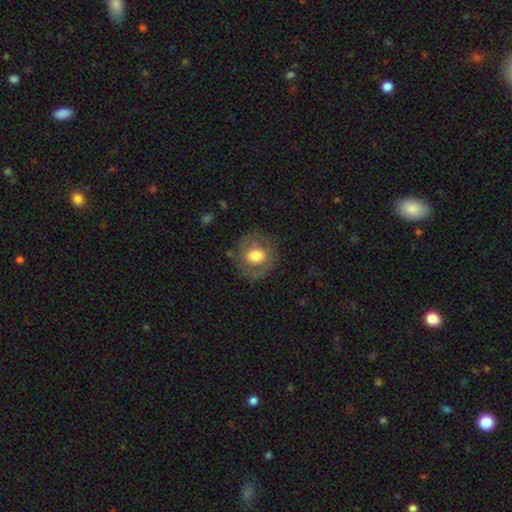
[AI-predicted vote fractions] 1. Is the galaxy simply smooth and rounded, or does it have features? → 59% smooth, 33% featured or disk, 8% star or artifact.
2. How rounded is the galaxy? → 83% round, 16% in between, 1% cigar-shaped.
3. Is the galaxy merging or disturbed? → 77% none, 14% minor disturbance, 8% major disturbance, 1% merger.